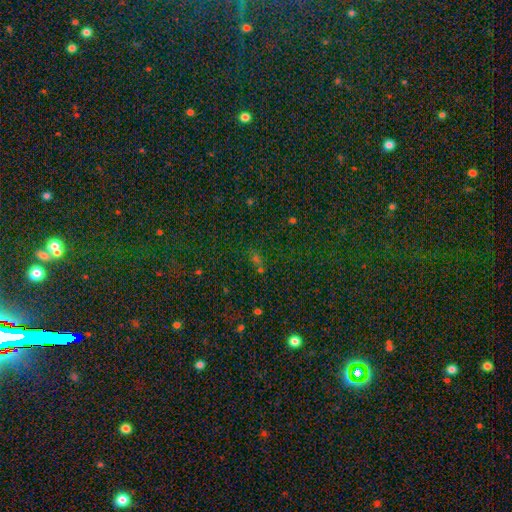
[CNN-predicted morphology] This is likely a star or artifact rather than a galaxy (68%).